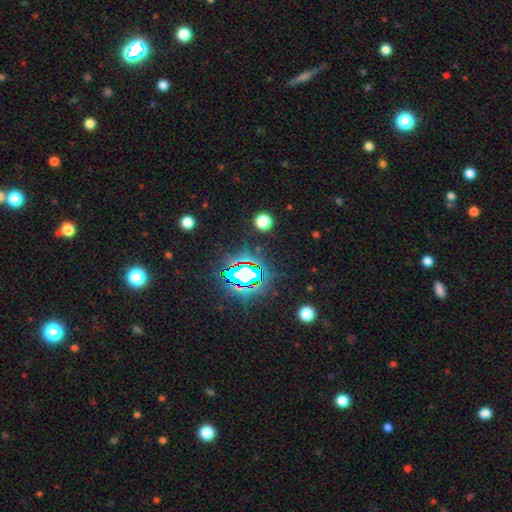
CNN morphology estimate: Smooth or featured? Predicted: star or artifact (p=0.80).